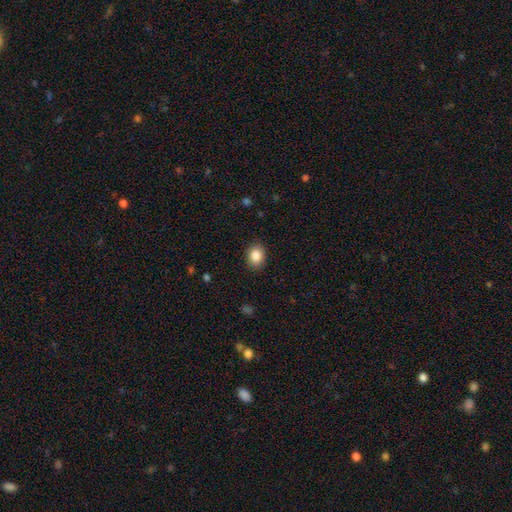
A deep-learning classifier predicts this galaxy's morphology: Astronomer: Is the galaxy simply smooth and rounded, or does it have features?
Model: smooth — 87%.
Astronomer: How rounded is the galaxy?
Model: in between — 54% (runner-up: round, 45%).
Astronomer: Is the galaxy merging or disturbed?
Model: none — 88%.